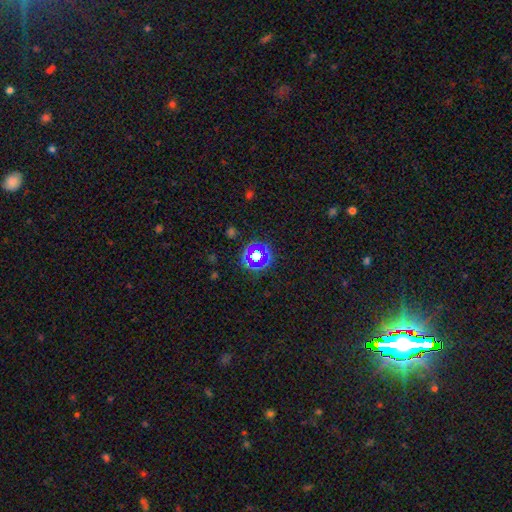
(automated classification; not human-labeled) A star or artifact, not a galaxy (55%).

Vote fractions:
- Smooth or featured? star or artifact: 55% / smooth: 32% / featured or disk: 13%